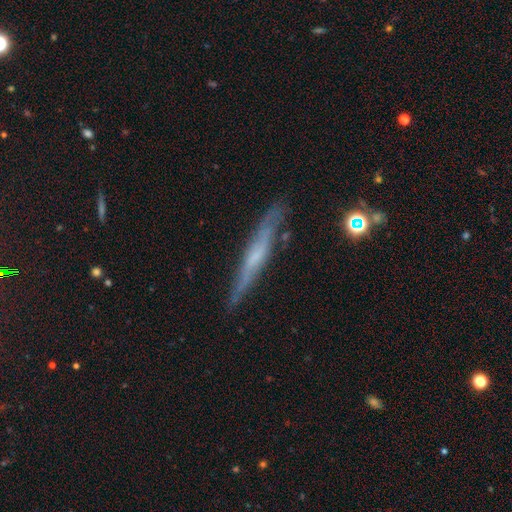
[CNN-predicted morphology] This appears to be a featured or disk galaxy (60%) viewed edge-on (92%) with no central bulge (57%). Merging: none (81%).